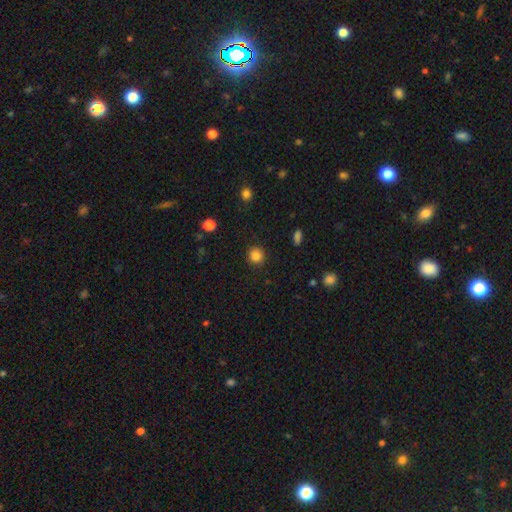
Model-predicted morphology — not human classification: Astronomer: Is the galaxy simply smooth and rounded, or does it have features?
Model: smooth — 85%.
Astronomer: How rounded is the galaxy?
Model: round — 90%.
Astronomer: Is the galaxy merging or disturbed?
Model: none — 90%.